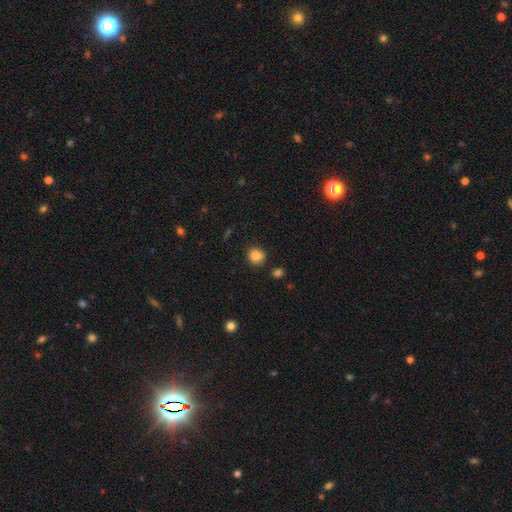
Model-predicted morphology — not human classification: type=smooth (83%); roundness=round (74%); merging=none (72%).